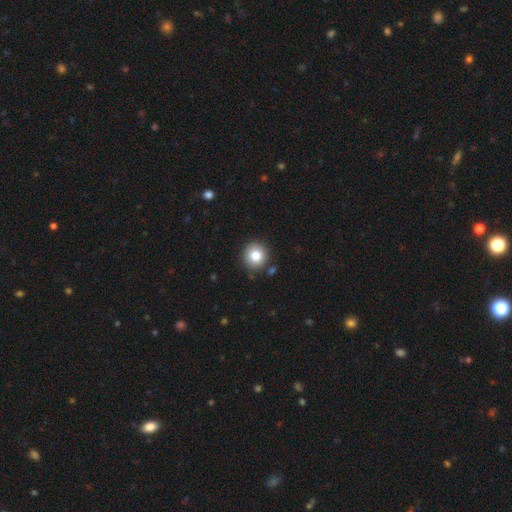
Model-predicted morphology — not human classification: smooth-or-featured: smooth: 80% | star or artifact: 10% | featured or disk: 10%
  how-rounded: round: 93% | in between: 6% | cigar-shaped: 1%
  merging: none: 89% | minor disturbance: 6% | merger: 3% | major disturbance: 2%